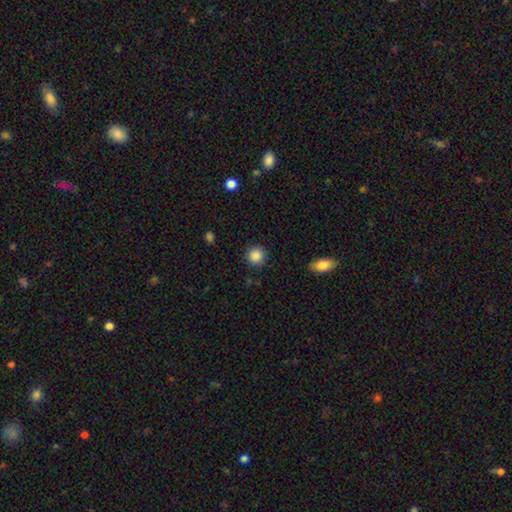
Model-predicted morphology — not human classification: Smooth or featured? Predicted: smooth (p=0.87). How rounded? Predicted: round (p=0.92). Merging? Predicted: none (p=0.88).